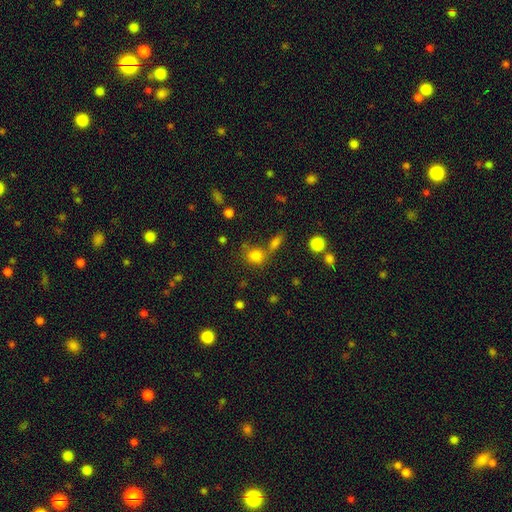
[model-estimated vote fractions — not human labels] The model was most divided on "merging": none: 56%, merger: 26%, minor disturbance: 12%, major disturbance: 6%. More confident: smooth or featured — smooth (78%); how rounded — round (69%).